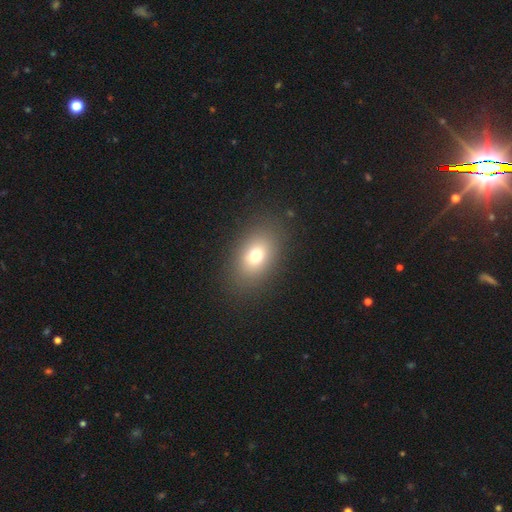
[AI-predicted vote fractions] Smooth or featured? Predicted: smooth (p=0.74). How rounded? Predicted: in between (p=0.79). Merging? Predicted: none (p=0.86).